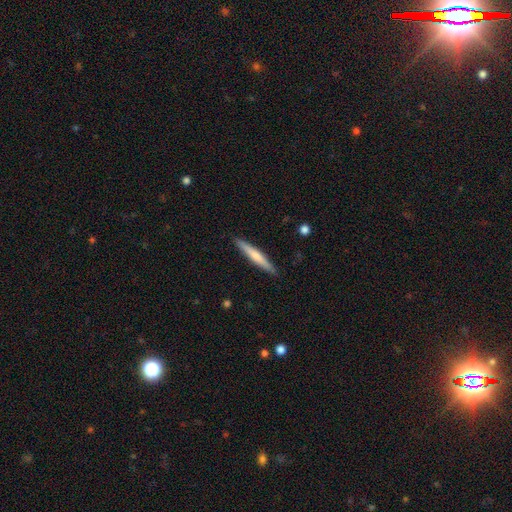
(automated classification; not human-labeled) smooth 55%, featured or disk 40%, star or artifact 5%. Down the decision tree: how rounded — cigar-shaped (95%); merging — none (91%).